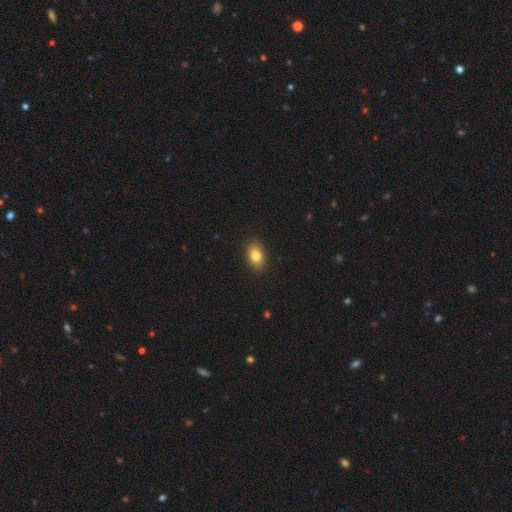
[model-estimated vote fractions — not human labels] Smooth or featured? Predicted: smooth (p=0.82). How rounded? Predicted: in between (p=0.83). Merging? Predicted: none (p=0.90).